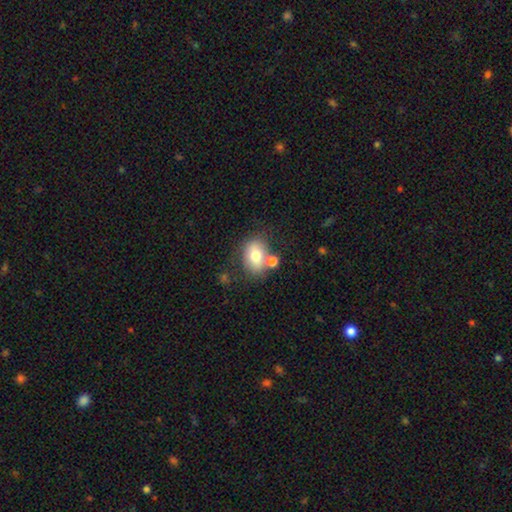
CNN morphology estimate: This appears to be a smooth galaxy with no disk features (72%) that is in between round and cigar-shaped (70%). Merging: none (59%).